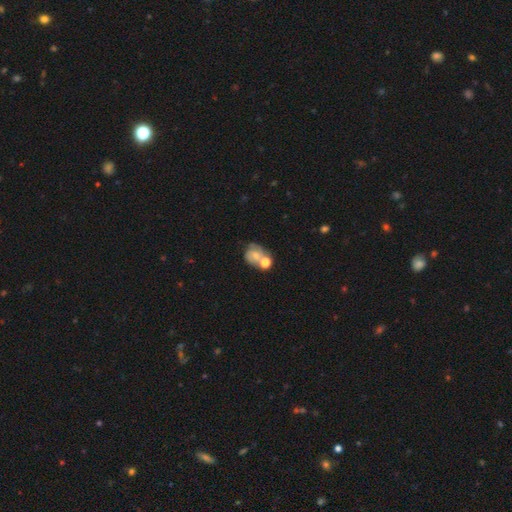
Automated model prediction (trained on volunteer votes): Smooth or featured? Predicted: smooth (p=0.46). Merging? Predicted: merger (p=0.37).